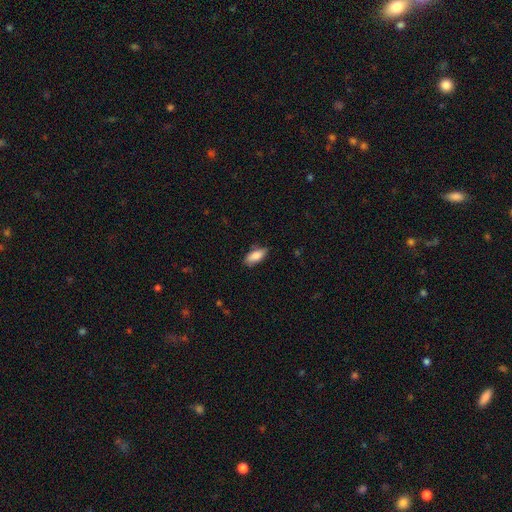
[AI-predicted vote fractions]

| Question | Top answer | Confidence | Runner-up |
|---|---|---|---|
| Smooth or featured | smooth | 86% | featured or disk (8%) |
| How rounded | in between | 85% | cigar-shaped (13%) |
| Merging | none | 80% | minor disturbance (16%) |